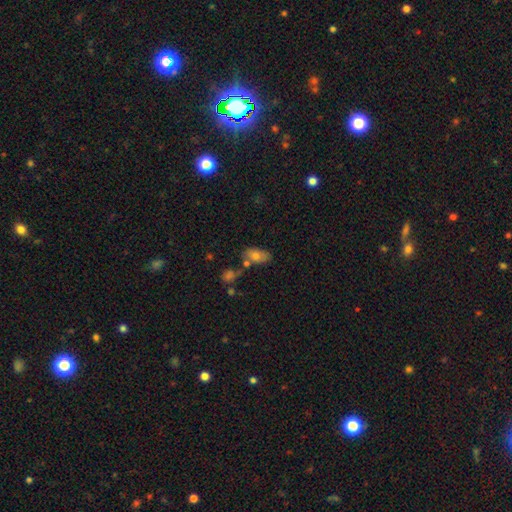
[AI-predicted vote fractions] smooth 74%, featured or disk 17%, star or artifact 9%. Down the decision tree: how rounded — in between (91%); merging — none (54%).